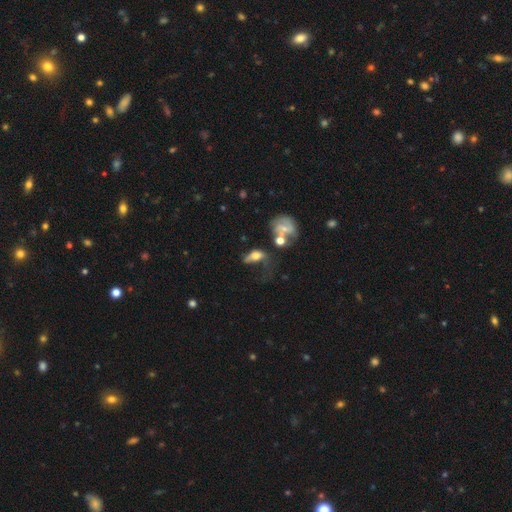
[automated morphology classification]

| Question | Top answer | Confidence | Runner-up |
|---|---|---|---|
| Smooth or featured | smooth | 54% | featured or disk (35%) |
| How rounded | in between | 75% | round (15%) |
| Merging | major disturbance | 42% | none (22%) |